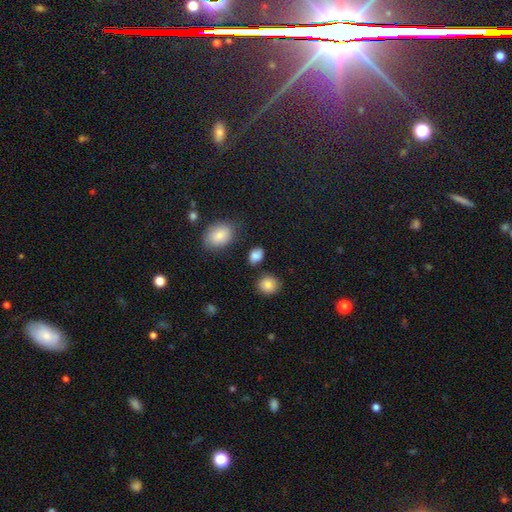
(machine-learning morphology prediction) smooth 84%, star or artifact 10%, featured or disk 6%. Down the decision tree: how rounded — in between (72%); merging — none (76%).